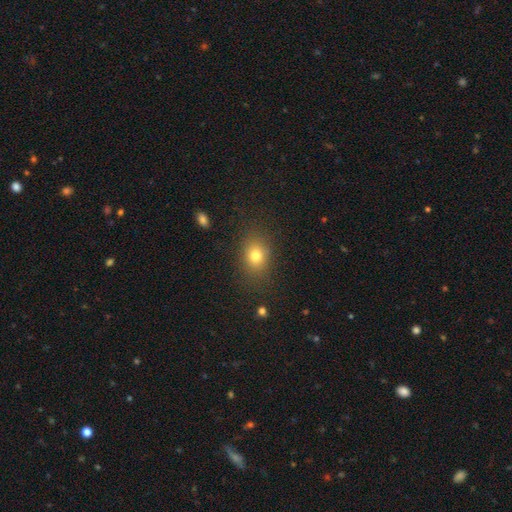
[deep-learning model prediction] Overall: smooth (78%). How rounded: in between (54%; round 44%). Merging: none (83%).